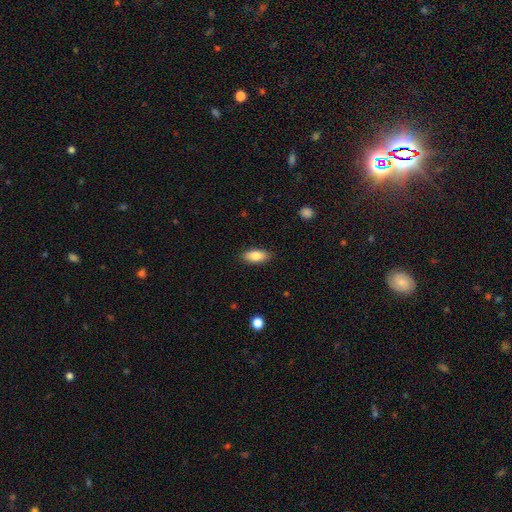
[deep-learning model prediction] Q: Smooth or featured?
A: smooth (83%); runner-up: featured or disk (10%)
Q: How rounded?
A: in between (86%); runner-up: cigar-shaped (11%)
Q: Merging?
A: none (88%); runner-up: minor disturbance (9%)